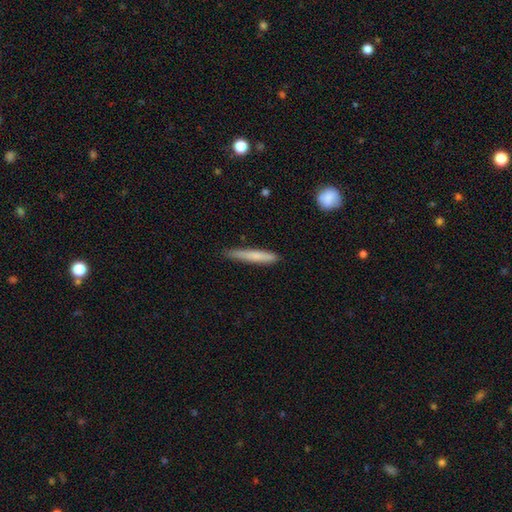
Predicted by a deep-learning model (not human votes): smooth_or_featured: smooth (p=0.71) [alt: featured or disk p=0.22]
how_rounded: cigar-shaped (p=0.94) [alt: in between p=0.04]
merging: none (p=0.79) [alt: minor disturbance p=0.17]